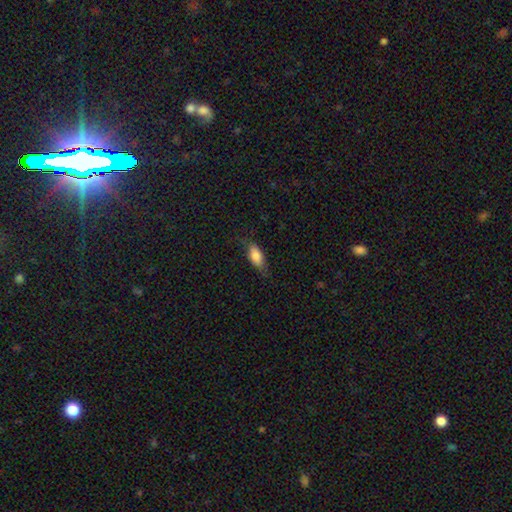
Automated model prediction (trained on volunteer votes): This is clearly a smooth galaxy (81%). How rounded: clearly in between (84%). Merging: likely none (70%).